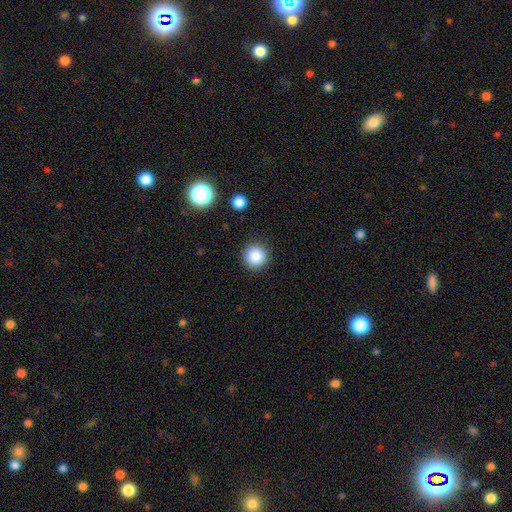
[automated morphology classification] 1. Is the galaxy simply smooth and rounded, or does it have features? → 85% smooth, 11% star or artifact, 5% featured or disk.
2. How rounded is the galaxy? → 95% round, 4% in between, 1% cigar-shaped.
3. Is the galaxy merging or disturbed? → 91% none, 6% minor disturbance, 2% major disturbance, 1% merger.